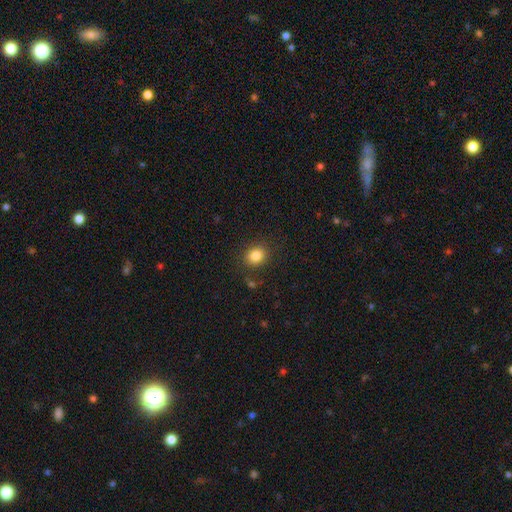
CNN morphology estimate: smooth-or-featured: smooth: 84% | star or artifact: 11% | featured or disk: 5%
  how-rounded: round: 57% | in between: 42% | cigar-shaped: 1%
  merging: none: 86% | minor disturbance: 9% | major disturbance: 3% | merger: 2%